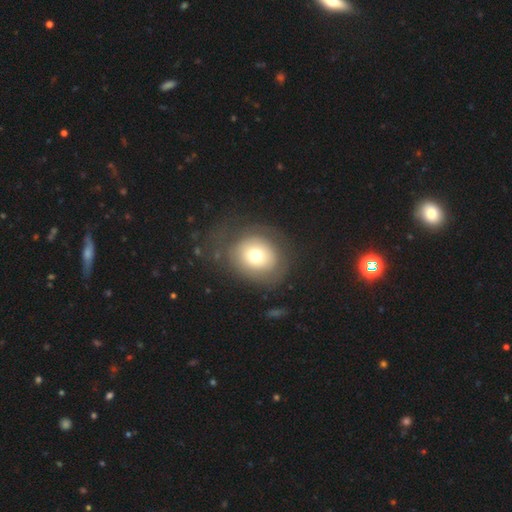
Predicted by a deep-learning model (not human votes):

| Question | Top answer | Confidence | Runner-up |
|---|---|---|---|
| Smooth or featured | smooth | 64% | featured or disk (25%) |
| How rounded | round | 74% | in between (25%) |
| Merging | none | 65% | major disturbance (17%) |